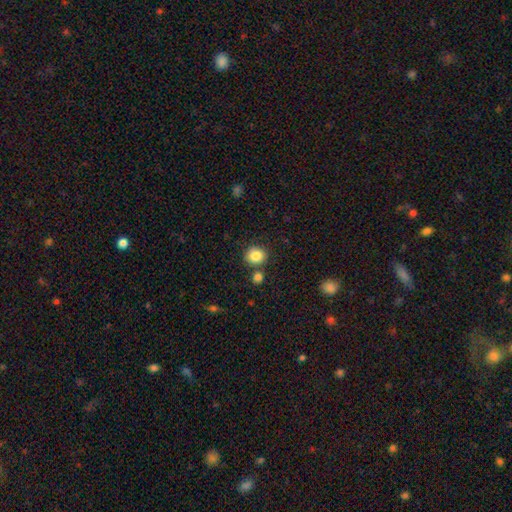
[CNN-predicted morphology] Smooth or featured?
  - smooth: 85% *
  - star or artifact: 10%
  - featured or disk: 6%
How rounded?
  - round: 78% *
  - in between: 21%
  - cigar-shaped: 1%
Merging?
  - none: 77% *
  - merger: 11%
  - minor disturbance: 9%
  - major disturbance: 3%